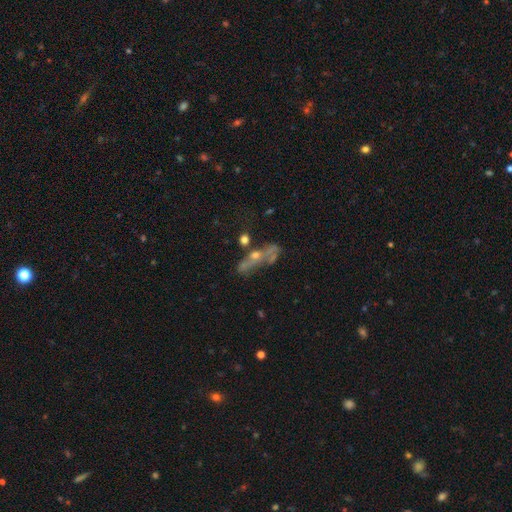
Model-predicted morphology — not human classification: A featured or disk galaxy (54%).

Vote fractions:
- Smooth or featured? featured or disk: 54% / smooth: 28% / star or artifact: 18%
- Edge-on disk? no: 68% / yes: 32%
- Merging? none: 39% / merger: 23% / major disturbance: 21% / minor disturbance: 17%